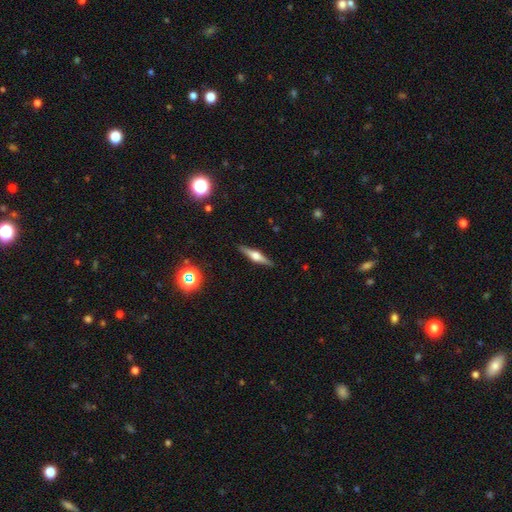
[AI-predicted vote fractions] featured or disk 70%, smooth 23%, star or artifact 7%. Down the decision tree: edge-on disk — yes (97%); edge-on bulge — rounded (92%); merging — none (90%).